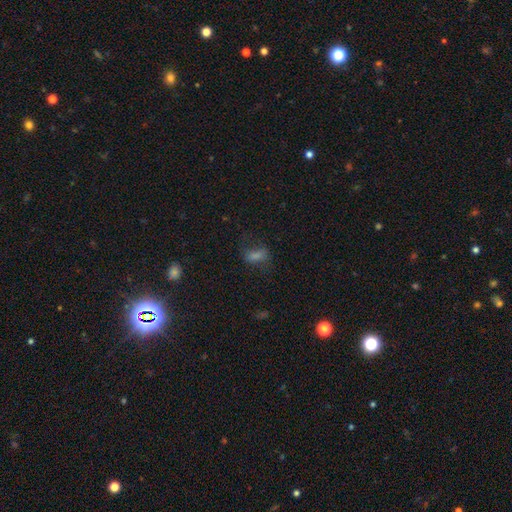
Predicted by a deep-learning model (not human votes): A smooth galaxy with no disk features (52%) that is in between round and cigar-shaped (71%). Merging: none (62%).